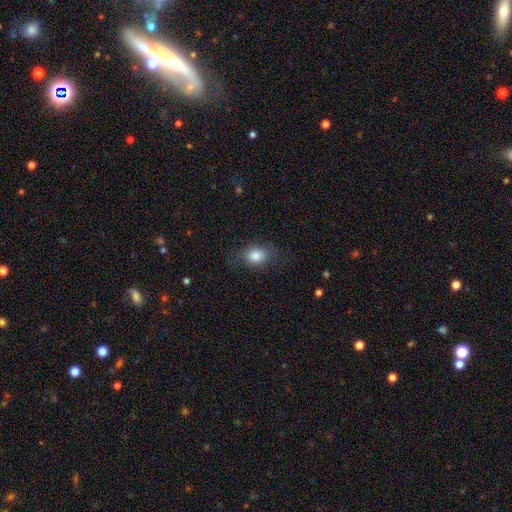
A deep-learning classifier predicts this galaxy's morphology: Smooth or featured: smooth — 83% (star or artifact — 9%)
How rounded: in between — 67% (round — 32%)
Merging: none — 74% (minor disturbance — 17%)